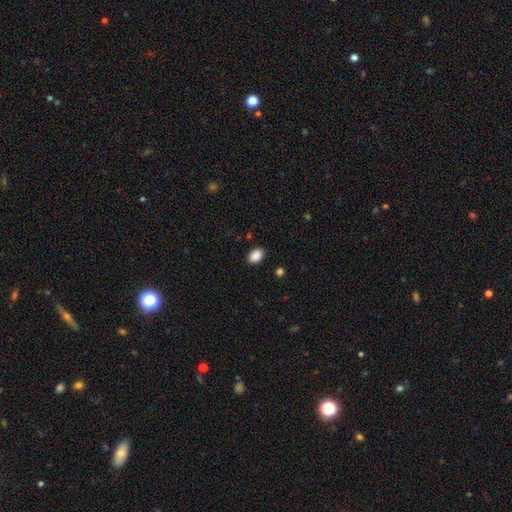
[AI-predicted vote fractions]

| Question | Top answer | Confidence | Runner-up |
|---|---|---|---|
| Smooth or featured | smooth | 89% | star or artifact (8%) |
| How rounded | in between | 84% | round (15%) |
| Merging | none | 88% | minor disturbance (8%) |